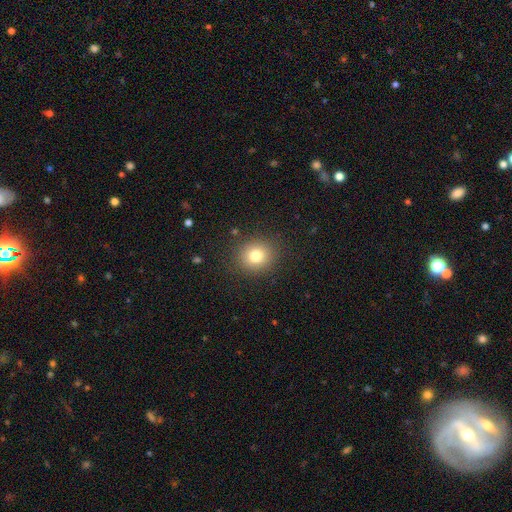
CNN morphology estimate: smooth 79%, star or artifact 12%, featured or disk 9%. Down the decision tree: how rounded — round (84%); merging — none (88%).